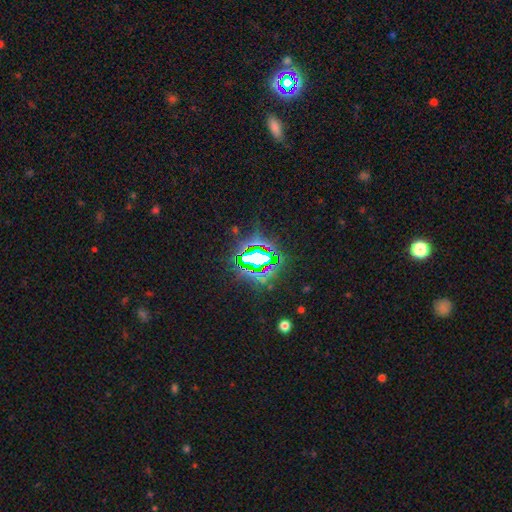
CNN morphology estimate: smooth_or_featured: star or artifact (p=0.73) [alt: smooth p=0.14]